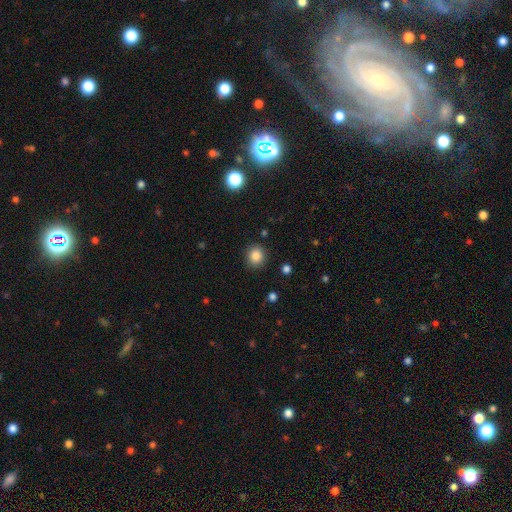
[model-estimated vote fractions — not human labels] This is clearly a smooth galaxy (85%). How rounded: clearly round (85%). Merging: clearly none (88%).